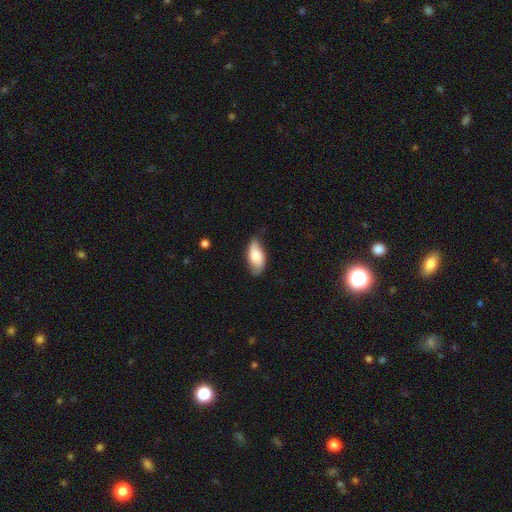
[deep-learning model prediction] smooth_or_featured: smooth (p=0.66) [alt: featured or disk p=0.27]
how_rounded: in between (p=0.89) [alt: cigar-shaped p=0.08]
merging: none (p=0.61) [alt: minor disturbance p=0.30]